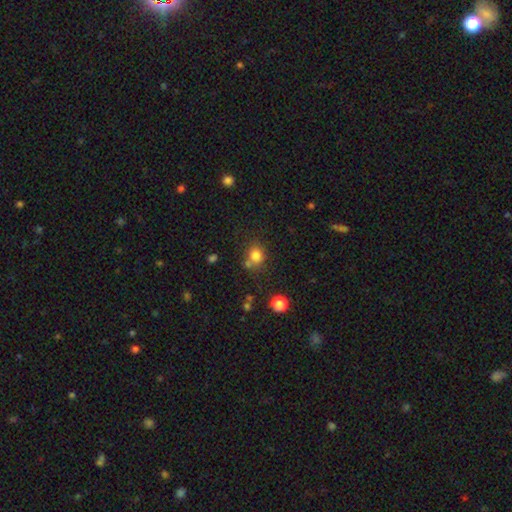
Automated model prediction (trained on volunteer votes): The model was most divided on "merging": none: 63%, merger: 18%, minor disturbance: 14%, major disturbance: 5%. More confident: smooth or featured — smooth (80%); how rounded — round (77%).